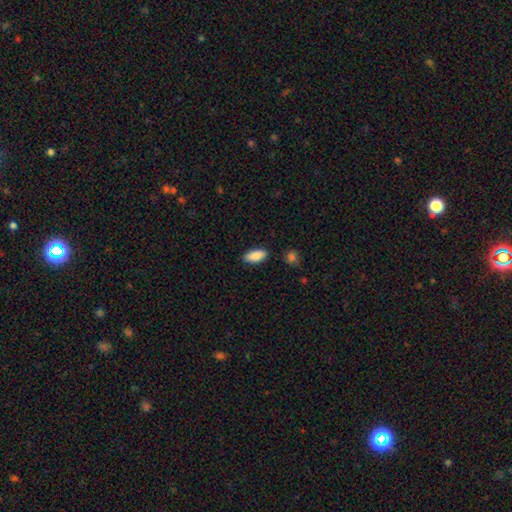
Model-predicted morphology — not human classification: The model was most divided on "how rounded": in between: 85%, cigar-shaped: 13%, round: 2%. More confident: smooth or featured — smooth (88%); merging — none (85%).